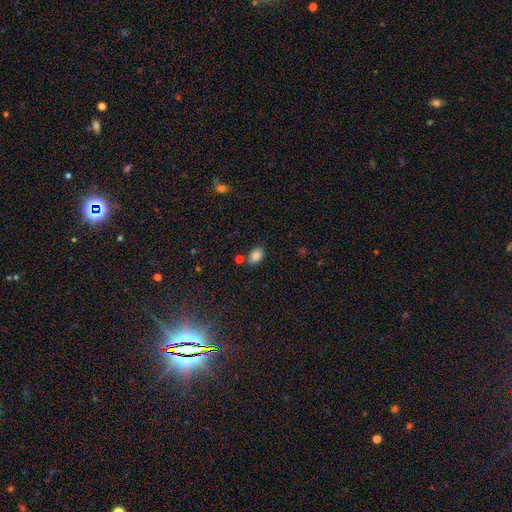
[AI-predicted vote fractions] smooth_or_featured: smooth (p=0.84) [alt: star or artifact p=0.10]
how_rounded: in between (p=0.83) [alt: round p=0.16]
merging: none (p=0.73) [alt: minor disturbance p=0.12]